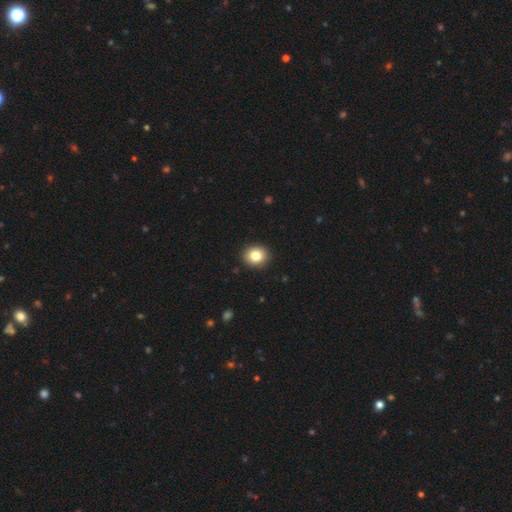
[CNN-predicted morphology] Smooth or featured? Predicted: smooth (p=0.82). How rounded? Predicted: round (p=0.73). Merging? Predicted: none (p=0.91).